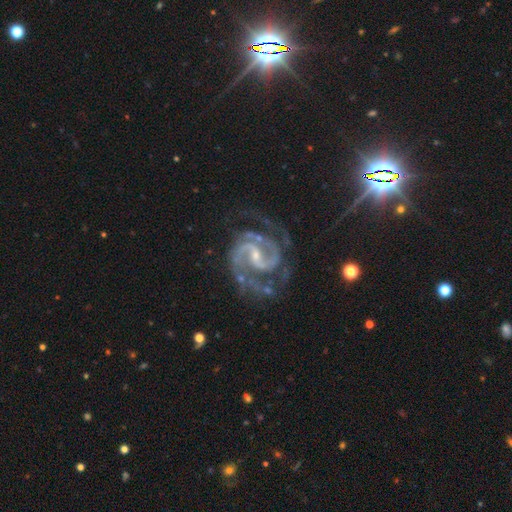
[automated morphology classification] This is clearly a featured or disk galaxy (94%). It is clearly not viewed edge-on (98%). Bar: possibly weak (50%). Spiral arm pattern: clearly yes (99%). Spiral arm count: clearly 2 (89%). Spiral winding: likely medium (61%). Central bulge: likely small (66%). Merging: likely none (64%).